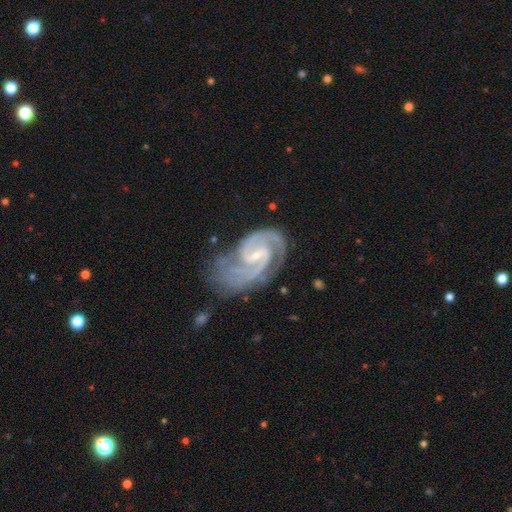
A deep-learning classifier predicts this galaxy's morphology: This appears to be a featured or disk galaxy (93%) with a weak bar (53%), 2 (77%) medium (51%) spiral arms (98%) and a small central bulge (75%). Merging: none (61%).